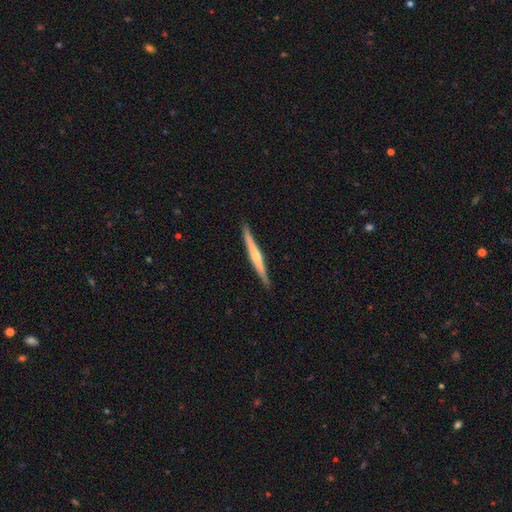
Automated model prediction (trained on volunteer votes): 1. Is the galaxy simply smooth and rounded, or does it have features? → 63% featured or disk, 31% smooth, 5% star or artifact.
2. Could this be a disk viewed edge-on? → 98% yes, 2% no.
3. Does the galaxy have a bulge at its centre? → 60% rounded, 33% none, 8% boxy.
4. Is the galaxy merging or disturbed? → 90% none, 7% minor disturbance, 1% major disturbance, 1% merger.